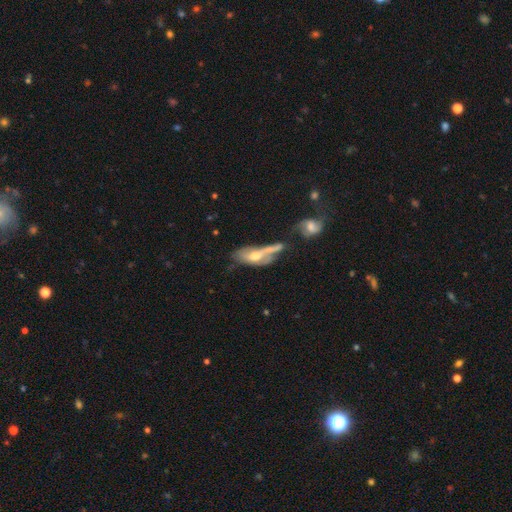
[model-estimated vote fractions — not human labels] Q: Smooth or featured?
A: featured or disk (53%); runner-up: smooth (39%)
Q: Edge-on disk?
A: no (76%); runner-up: yes (24%)
Q: Merging?
A: merger (38%); runner-up: major disturbance (23%)